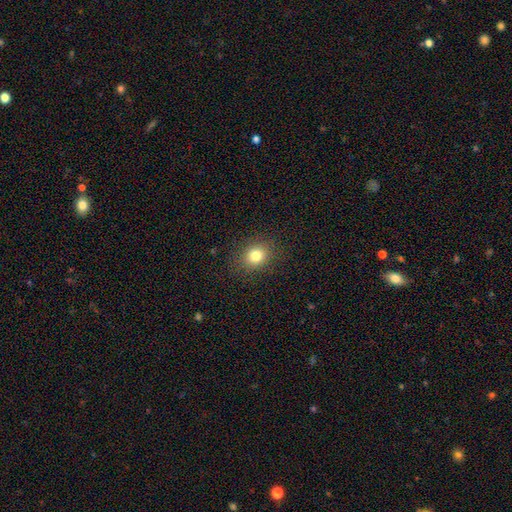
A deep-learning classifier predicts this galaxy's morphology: Q: Smooth or featured?
A: smooth (80%); runner-up: star or artifact (12%)
Q: How rounded?
A: round (62%); runner-up: in between (37%)
Q: Merging?
A: none (87%); runner-up: minor disturbance (9%)